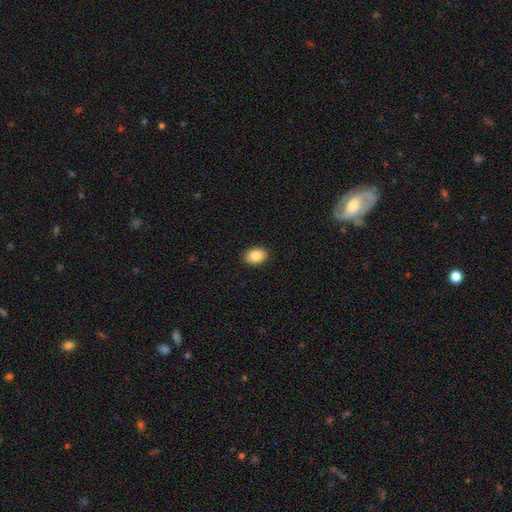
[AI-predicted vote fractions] smooth 87%, star or artifact 8%, featured or disk 6%. Down the decision tree: how rounded — in between (76%); merging — none (91%).